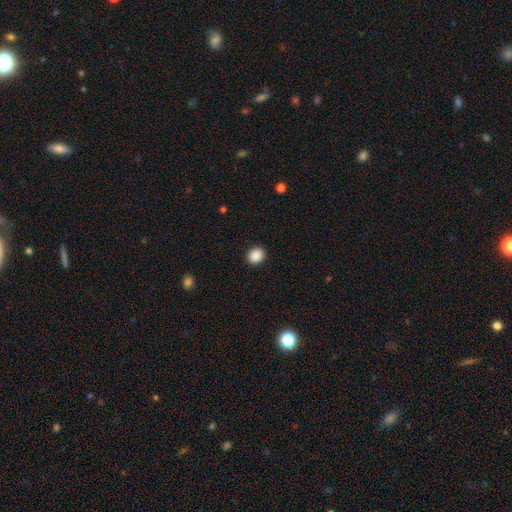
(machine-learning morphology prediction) A smooth galaxy with no disk features (89%) that is round (67%). Merging: none (91%).